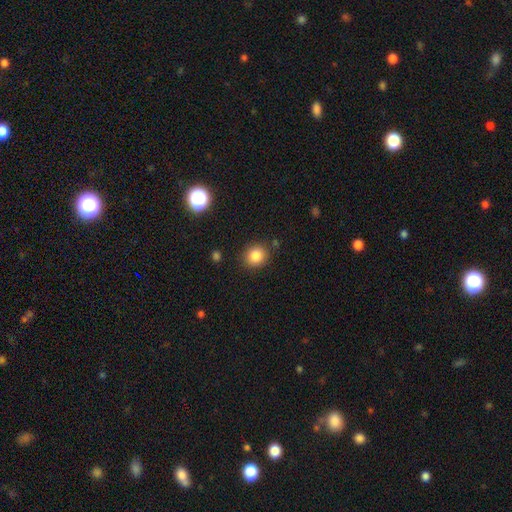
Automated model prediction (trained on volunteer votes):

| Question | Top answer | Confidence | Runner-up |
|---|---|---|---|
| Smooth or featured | smooth | 84% | star or artifact (11%) |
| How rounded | round | 79% | in between (20%) |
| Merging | none | 85% | minor disturbance (9%) |